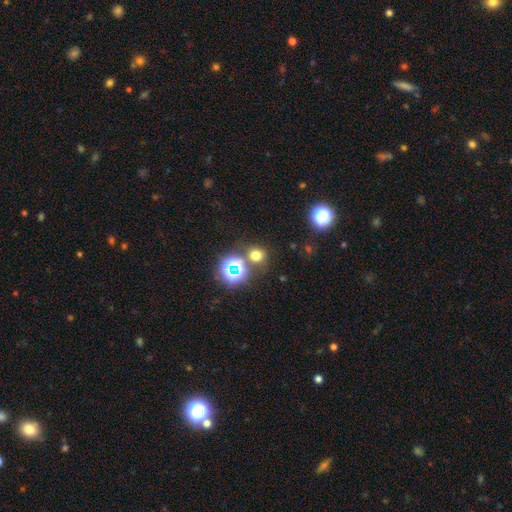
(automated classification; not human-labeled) Overall: smooth (65%; star or artifact 29%). How rounded: round (86%). Merging: none (75%).